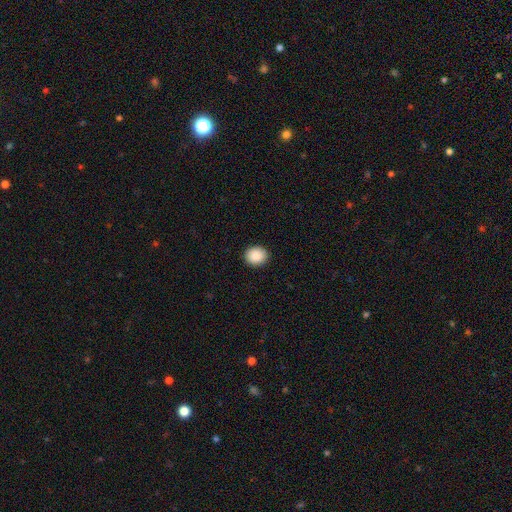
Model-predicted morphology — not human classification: The model was most divided on "how rounded": round: 71%, in between: 28%, cigar-shaped: 1%. More confident: merging — none (91%); smooth or featured — smooth (90%).